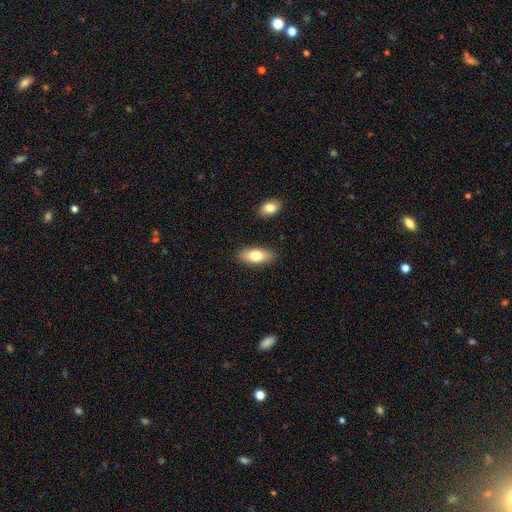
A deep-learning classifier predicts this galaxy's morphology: This appears to be a smooth galaxy with no disk features (76%) that is in between round and cigar-shaped (86%). Merging: none (87%).